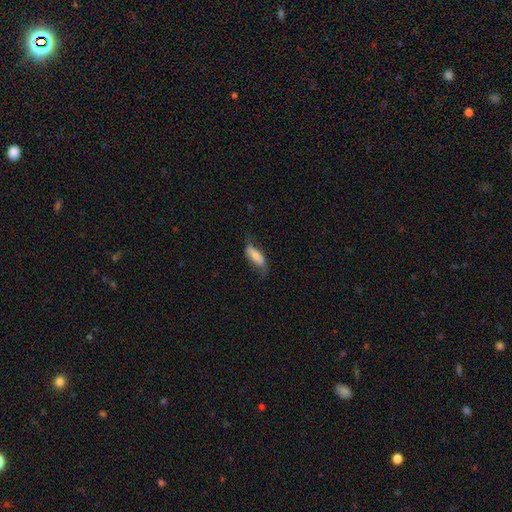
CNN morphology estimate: A smooth galaxy with no disk features (64%) that is in between round and cigar-shaped (72%). Merging: none (52%).